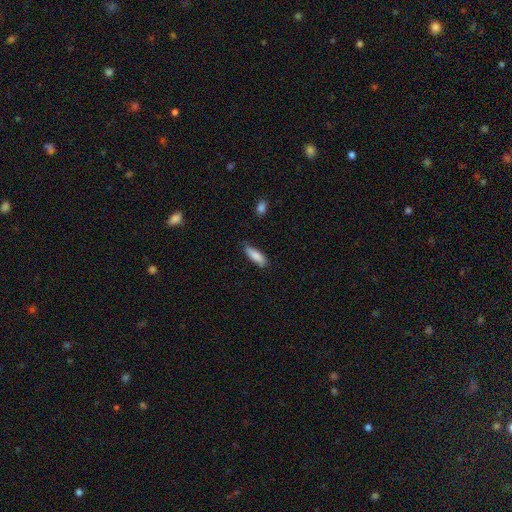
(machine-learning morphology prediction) The model was most divided on "how rounded": in between: 53%, cigar-shaped: 46%, round: 2%. More confident: smooth or featured — smooth (86%); merging — none (71%).